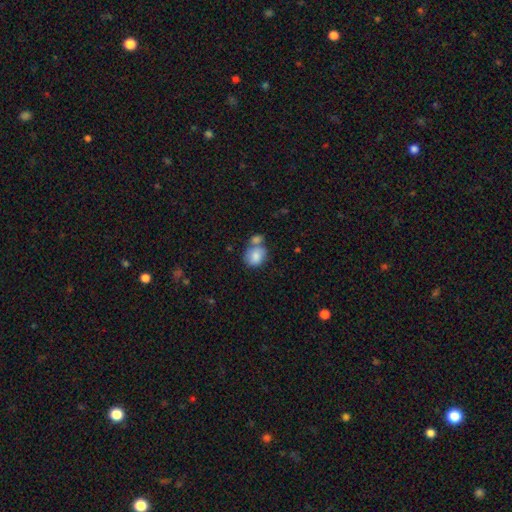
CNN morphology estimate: Smooth or featured? Predicted: smooth (p=0.82). How rounded? Predicted: round (p=0.57). Merging? Predicted: merger (p=0.42).